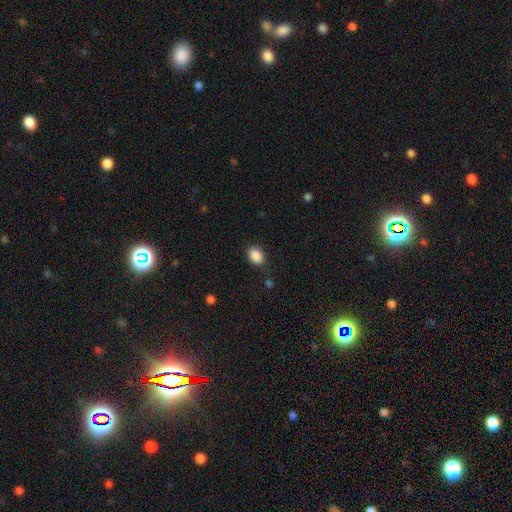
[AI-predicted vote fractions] Smooth or featured: smooth — 89% (star or artifact — 8%)
How rounded: in between — 68% (round — 31%)
Merging: none — 81% (minor disturbance — 14%)